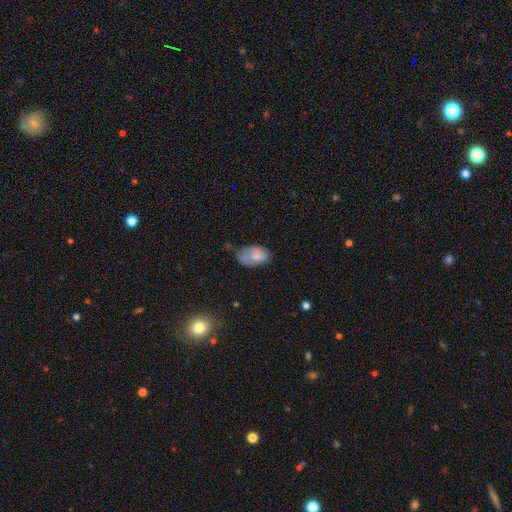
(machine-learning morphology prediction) Smooth or featured?
  - smooth: 74% *
  - featured or disk: 18%
  - star or artifact: 8%
How rounded?
  - in between: 92% *
  - round: 6%
  - cigar-shaped: 2%
Merging?
  - none: 43% *
  - minor disturbance: 39%
  - major disturbance: 13%
  - merger: 4%